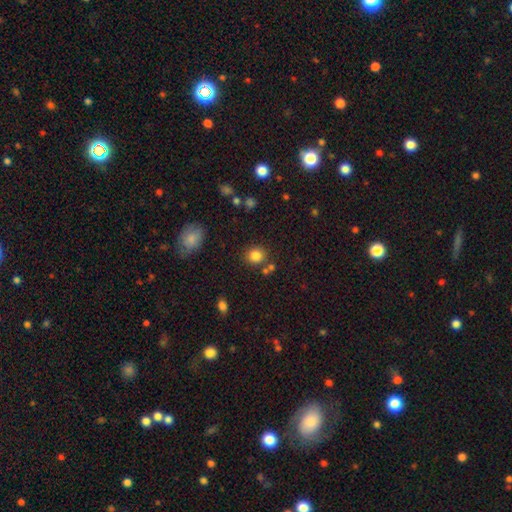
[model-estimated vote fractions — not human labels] smooth-or-featured: smooth: 83% | star or artifact: 11% | featured or disk: 5%
  how-rounded: round: 84% | in between: 15% | cigar-shaped: 1%
  merging: none: 78% | merger: 10% | minor disturbance: 9% | major disturbance: 3%